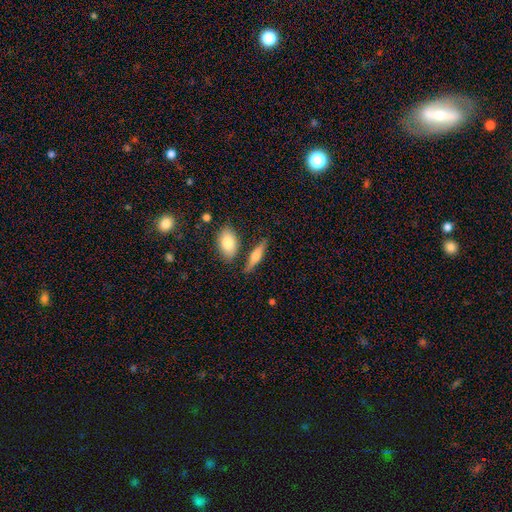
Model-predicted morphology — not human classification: Smooth or featured: smooth — 57% (featured or disk — 37%)
How rounded: cigar-shaped — 58% (in between — 38%)
Merging: none — 74% (minor disturbance — 14%)